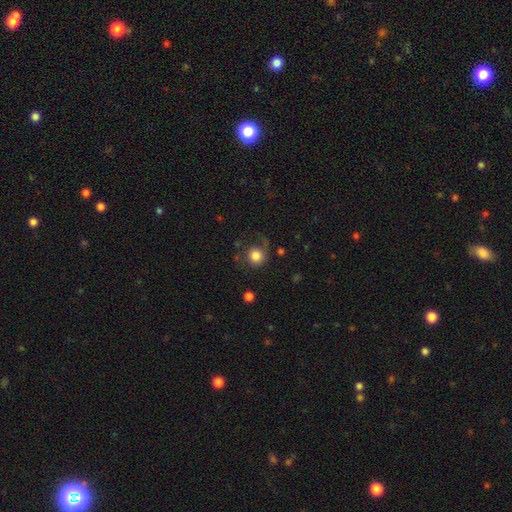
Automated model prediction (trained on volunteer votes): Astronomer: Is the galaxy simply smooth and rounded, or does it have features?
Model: smooth — 79%.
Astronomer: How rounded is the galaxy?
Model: round — 89%.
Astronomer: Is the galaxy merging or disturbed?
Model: none — 62%.